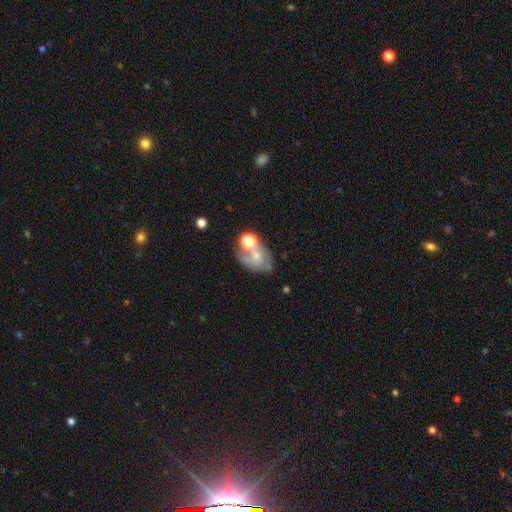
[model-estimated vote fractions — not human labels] Smooth or featured? featured or disk (49%)
Merging? merger (31%, tied with none)